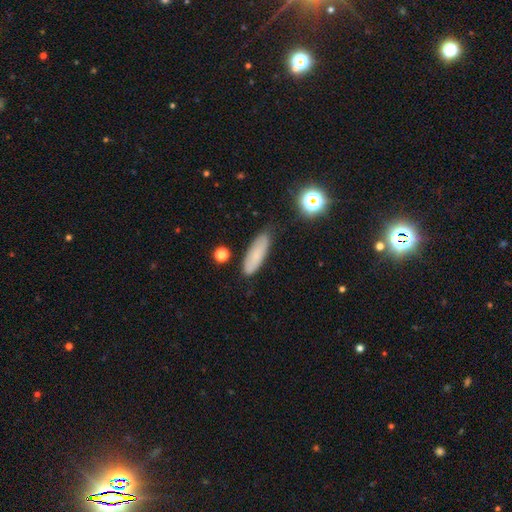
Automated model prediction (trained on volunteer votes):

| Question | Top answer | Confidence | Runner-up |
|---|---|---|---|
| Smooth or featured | smooth | 76% | featured or disk (14%) |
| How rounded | cigar-shaped | 51% | in between (46%) |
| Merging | none | 78% | minor disturbance (16%) |